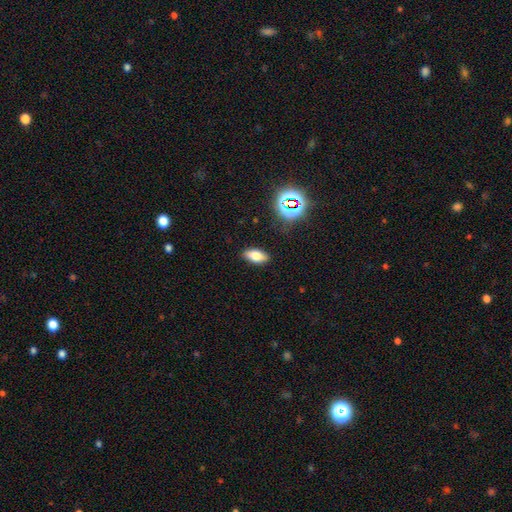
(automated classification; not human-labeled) Smooth or featured? smooth (74%)
How rounded? in between (87%)
Merging? none (87%)